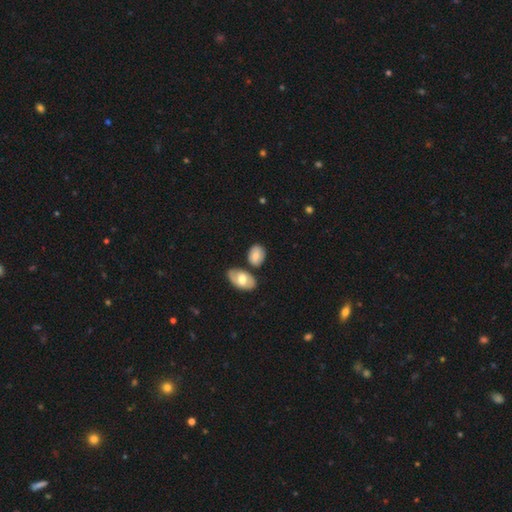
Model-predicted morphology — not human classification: smooth 75%, featured or disk 19%, star or artifact 7%. Down the decision tree: how rounded — in between (73%); merging — none (67%).